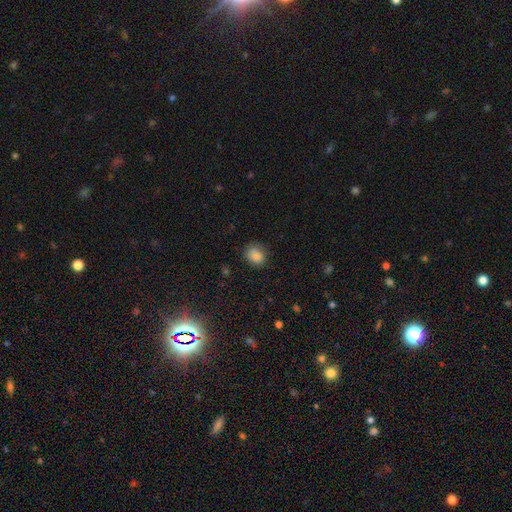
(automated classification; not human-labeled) Morphology: type=smooth (83%); roundness=round (58%); merging=none (75%).